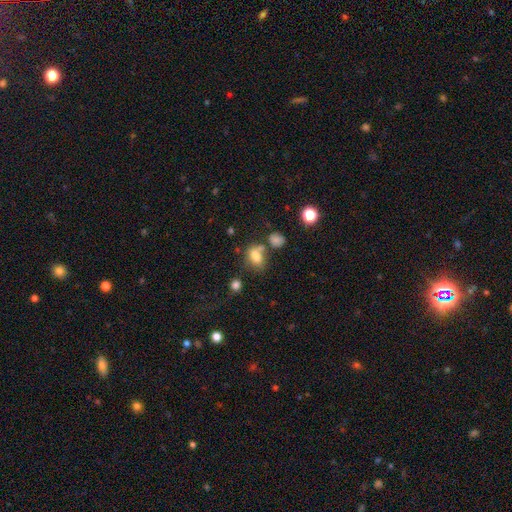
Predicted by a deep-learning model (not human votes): smooth 75%, star or artifact 13%, featured or disk 12%. Down the decision tree: how rounded — in between (71%); merging — none (49%).